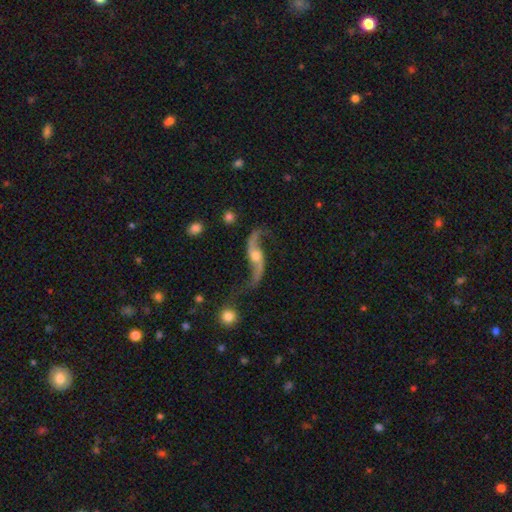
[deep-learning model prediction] The model was most divided on "bulge size": moderate: 55%, small: 32%, large: 7%, none: 3%, dominant: 2%. More confident: spiral arms — yes (97%); spiral arm count — 2 (94%); spiral winding — loose (93%); edge-on disk — no (91%); smooth or featured — featured or disk (90%); merging — none (75%); bar — no (59%).